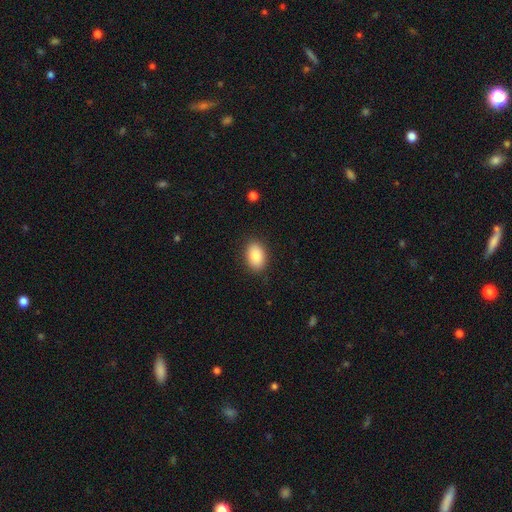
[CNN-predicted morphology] Smooth or featured? Predicted: smooth (p=0.88). How rounded? Predicted: in between (p=0.88). Merging? Predicted: none (p=0.88).